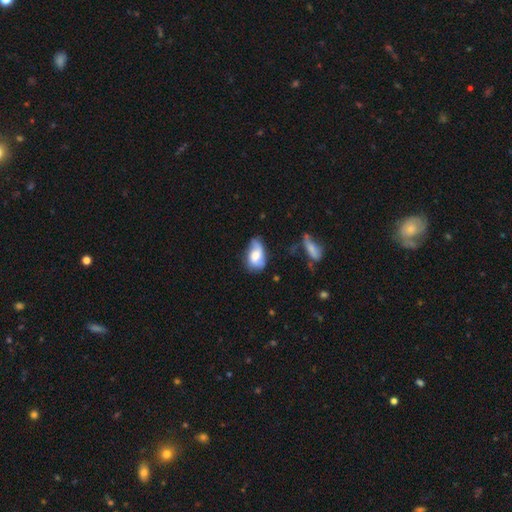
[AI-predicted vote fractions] Smooth or featured? Predicted: smooth (p=0.55). How rounded? Predicted: in between (p=0.88). Merging? Predicted: none (p=0.45).